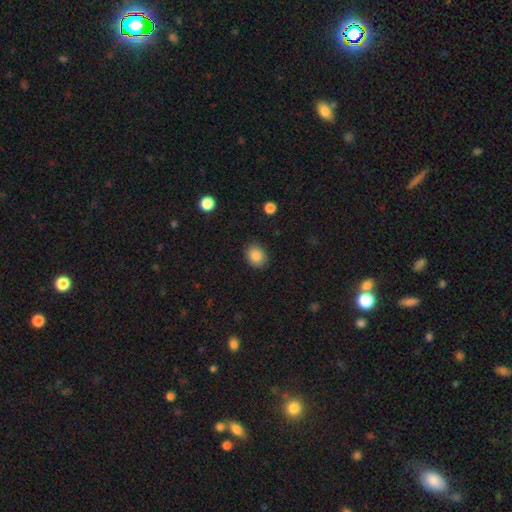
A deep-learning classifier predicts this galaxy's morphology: Smooth or featured? smooth (87%)
How rounded? round (54%)
Merging? none (87%)